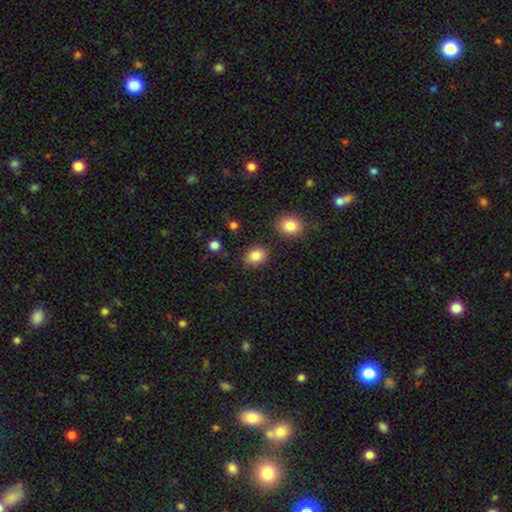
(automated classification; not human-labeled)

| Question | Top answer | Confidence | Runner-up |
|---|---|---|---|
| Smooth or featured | smooth | 85% | star or artifact (9%) |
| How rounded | in between | 58% | round (41%) |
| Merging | none | 84% | minor disturbance (9%) |